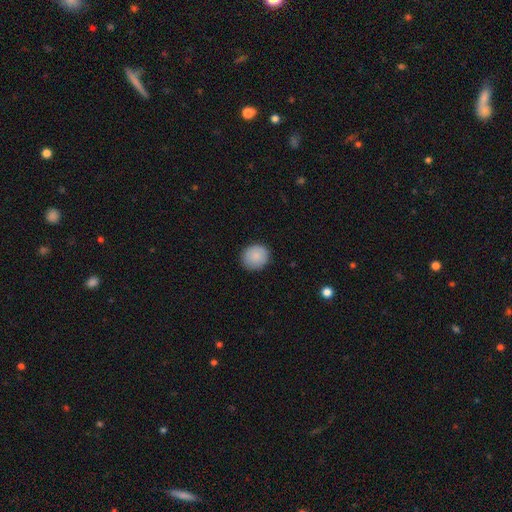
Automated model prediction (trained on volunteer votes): Smooth or featured? Predicted: smooth (p=0.87). How rounded? Predicted: round (p=0.82). Merging? Predicted: none (p=0.88).